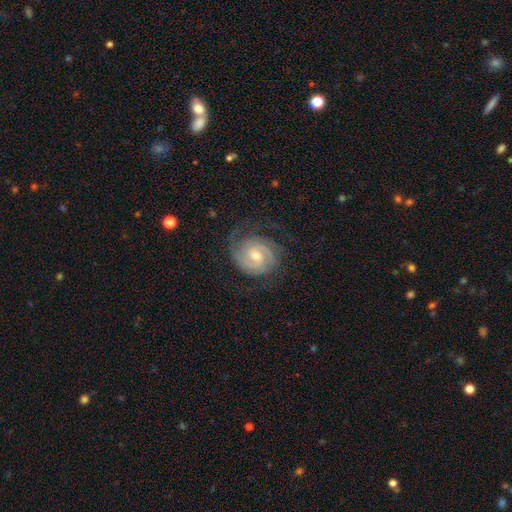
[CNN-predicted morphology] Smooth or featured?
  - featured or disk: 87% *
  - smooth: 8%
  - star or artifact: 5%
Edge-on disk?
  - no: 98% *
  - yes: 2%
Bar?
  - no: 48% *
  - weak: 44%
  - strong: 8%
Spiral arms?
  - yes: 97% *
  - no: 3%
Spiral winding?
  - tight: 66% *
  - medium: 28%
  - loose: 6%
Spiral arm count?
  - 2: 66% *
  - 3: 13%
  - can't tell: 12%
  - 1: 3%
  - 4: 3%
  - more than 4: 3%
Bulge size?
  - moderate: 59% *
  - small: 36%
  - large: 3%
  - none: 2%
  - dominant: 1%
Merging?
  - none: 72% *
  - minor disturbance: 17%
  - major disturbance: 10%
  - merger: 1%